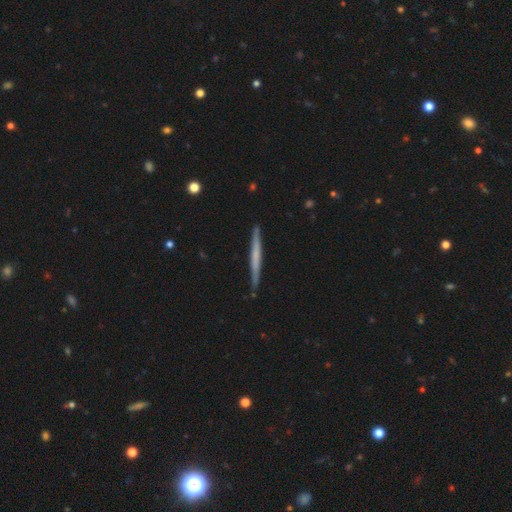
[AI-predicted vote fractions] smooth-or-featured: featured or disk: 50% | smooth: 45% | star or artifact: 5%
  merging: none: 87% | minor disturbance: 10% | major disturbance: 1% | merger: 1%